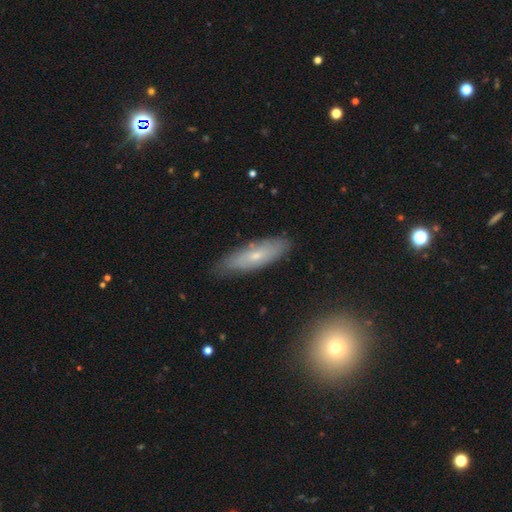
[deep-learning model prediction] Morphology: type=smooth (51%); roundness=cigar-shaped (50%); merging=none (80%).